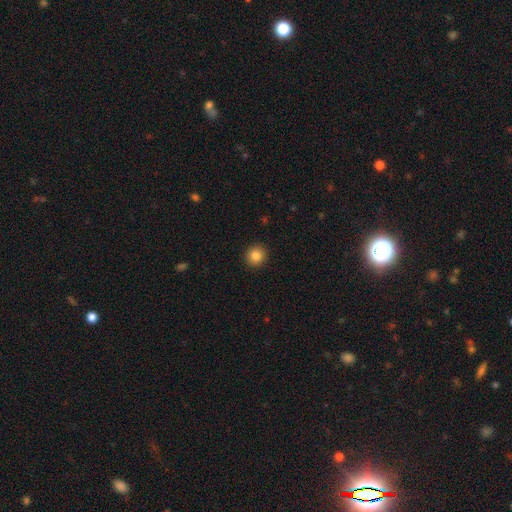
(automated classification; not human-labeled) Q: Smooth or featured?
A: smooth (85%); runner-up: star or artifact (10%)
Q: How rounded?
A: round (91%); runner-up: in between (8%)
Q: Merging?
A: none (92%); runner-up: minor disturbance (5%)